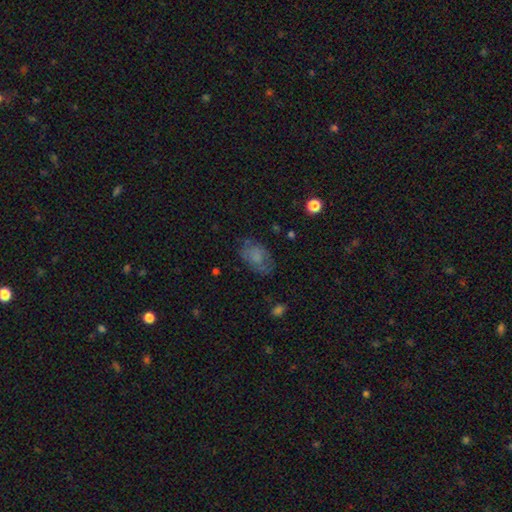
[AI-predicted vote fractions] The model was most divided on "smooth or featured": smooth: 65%, featured or disk: 24%, star or artifact: 11%. More confident: how rounded — in between (86%); merging — none (67%).